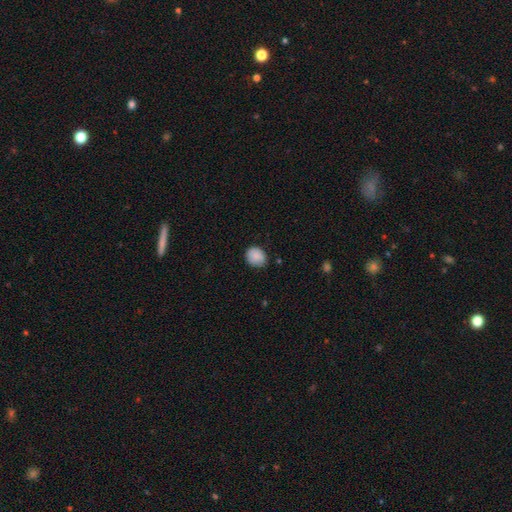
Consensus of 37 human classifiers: smooth-or-featured: smooth: 89% | featured or disk: 5% | star or artifact: 5%
  how-rounded: round: 79% | in between: 21% | cigar-shaped: 0%
  merging: none: 94% | minor disturbance: 6% | major disturbance: 0% | merger: 0%